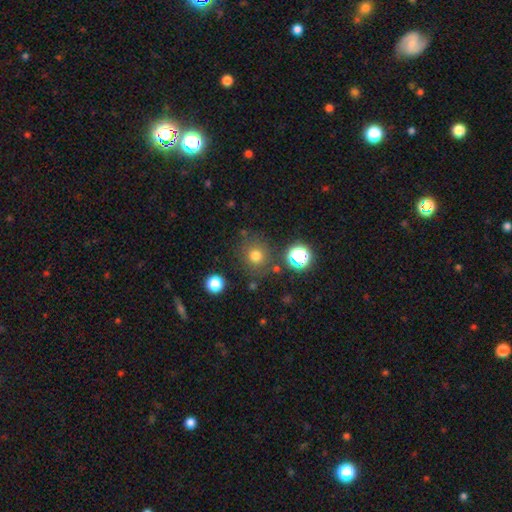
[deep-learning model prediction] smooth_or_featured: smooth (p=0.73) [alt: star or artifact p=0.19]
how_rounded: round (p=0.89) [alt: in between p=0.10]
merging: none (p=0.79) [alt: minor disturbance p=0.11]